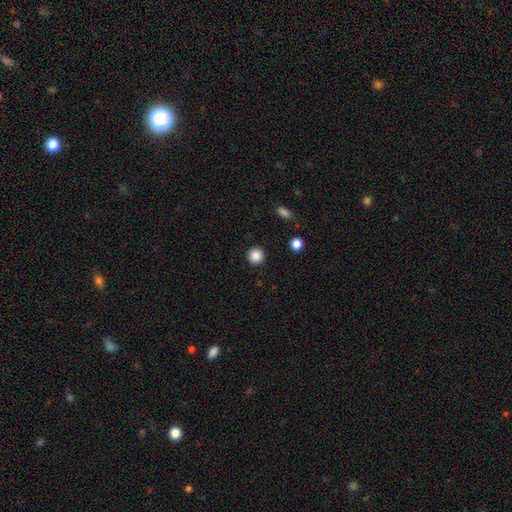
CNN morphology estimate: Smooth or featured?
  - smooth: 87% *
  - star or artifact: 10%
  - featured or disk: 3%
How rounded?
  - round: 95% *
  - in between: 4%
  - cigar-shaped: 1%
Merging?
  - none: 91% *
  - minor disturbance: 5%
  - major disturbance: 2%
  - merger: 1%